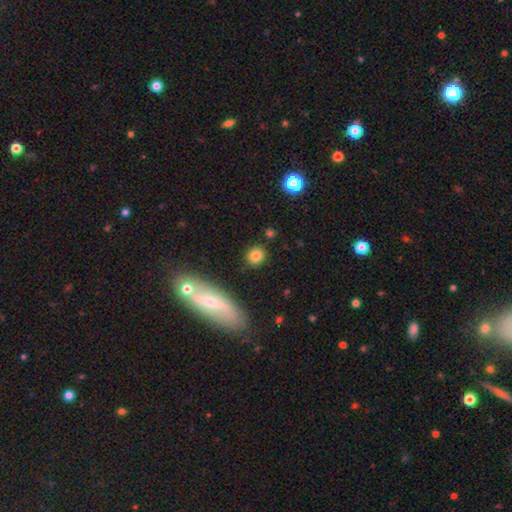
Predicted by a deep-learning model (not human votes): smooth_or_featured: smooth (p=0.82) [alt: star or artifact p=0.10]
how_rounded: round (p=0.83) [alt: in between p=0.15]
merging: none (p=0.87) [alt: minor disturbance p=0.07]